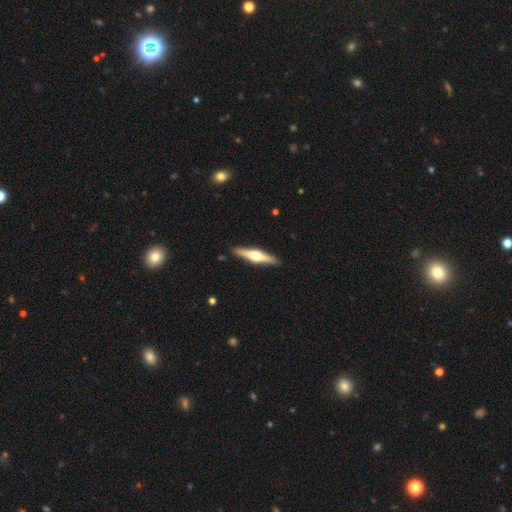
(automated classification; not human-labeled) smooth-or-featured: featured or disk: 70% | smooth: 25% | star or artifact: 4%
  disk-edge-on: yes: 98% | no: 2%
    edge-on-bulge: rounded: 95% | boxy: 3% | none: 2%
  merging: none: 91% | minor disturbance: 6% | major disturbance: 1% | merger: 1%